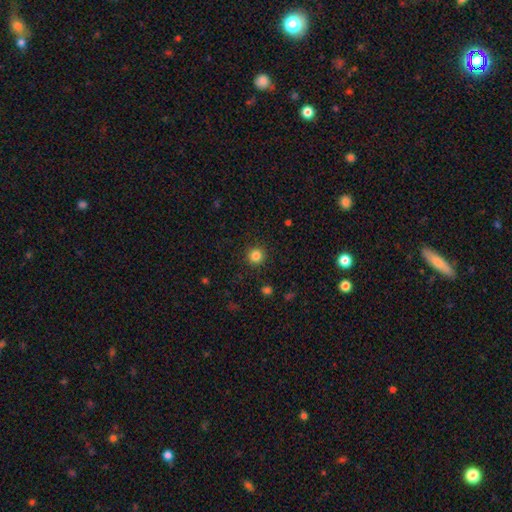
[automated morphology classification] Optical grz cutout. It shows a smooth galaxy with no disk features (84%) that is round (95%). Merging: none (92%).